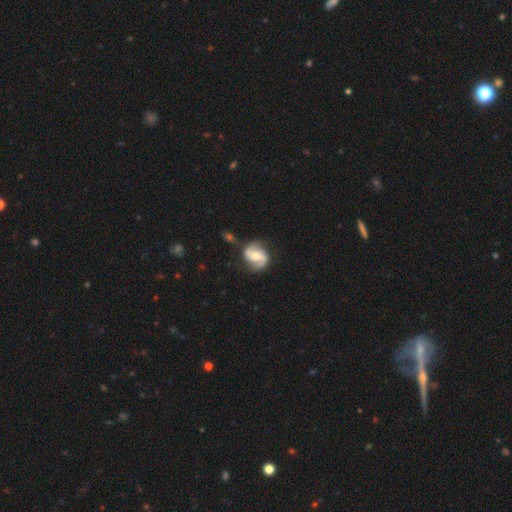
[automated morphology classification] featured or disk 81%, smooth 13%, star or artifact 5%. Down the decision tree: edge-on disk — no (98%); bar — weak (43%); spiral arms — yes (95%); spiral arm count — 2 (92%); spiral winding — medium (46%); bulge size — moderate (65%); merging — none (76%).